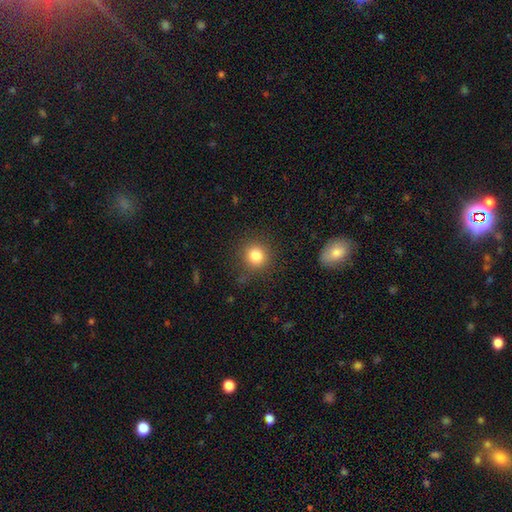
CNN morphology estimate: smooth_or_featured: smooth (p=0.83) [alt: star or artifact p=0.11]
how_rounded: round (p=0.90) [alt: in between p=0.09]
merging: none (p=0.85) [alt: minor disturbance p=0.10]